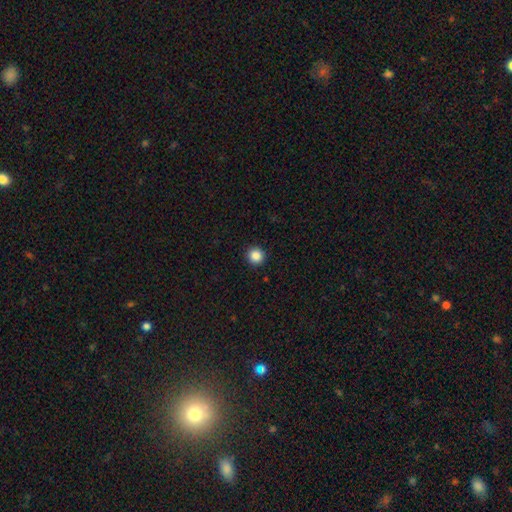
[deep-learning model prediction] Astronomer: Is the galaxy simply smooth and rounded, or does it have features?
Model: smooth — 86%.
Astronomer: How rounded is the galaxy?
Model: round — 95%.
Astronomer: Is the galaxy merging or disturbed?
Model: none — 93%.